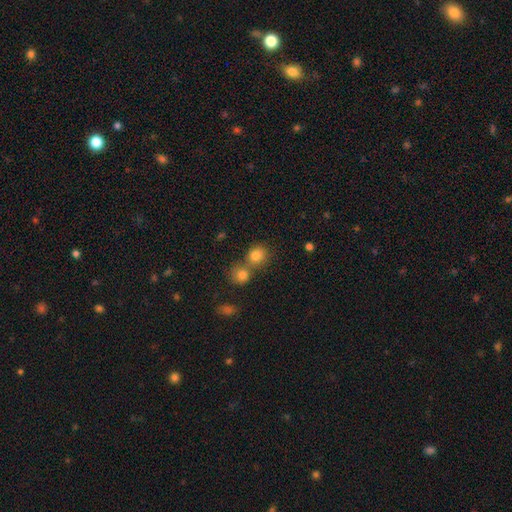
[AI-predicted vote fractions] Smooth or featured: smooth — 81% (star or artifact — 12%)
How rounded: round — 76% (in between — 22%)
Merging: none — 47% (merger — 43%)